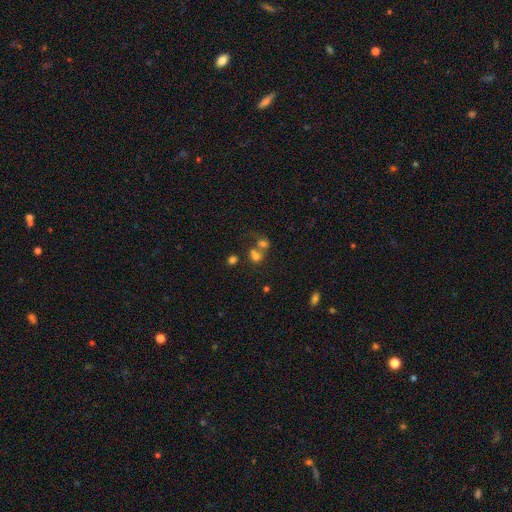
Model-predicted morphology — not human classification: Q: Smooth or featured?
A: smooth (66%); runner-up: star or artifact (18%)
Q: How rounded?
A: round (59%); runner-up: in between (39%)
Q: Merging?
A: merger (56%); runner-up: none (30%)